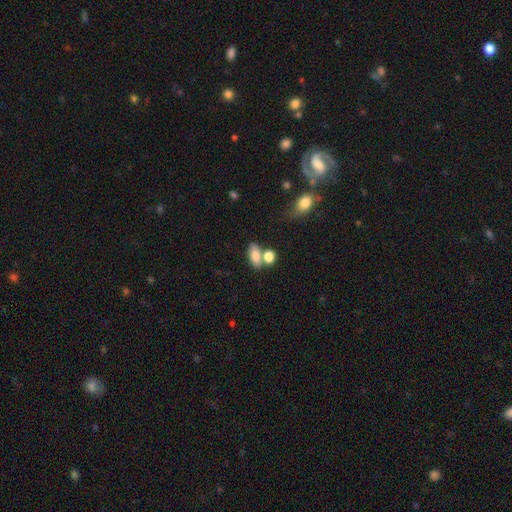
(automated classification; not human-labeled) This is likely a smooth galaxy (79%). How rounded: clearly in between (83%). Merging: possibly none (45%).